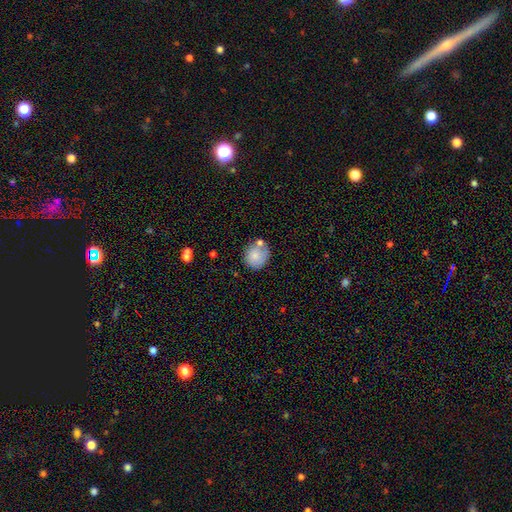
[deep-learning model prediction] smooth 80%, featured or disk 12%, star or artifact 8%. Down the decision tree: how rounded — round (81%); merging — none (62%).